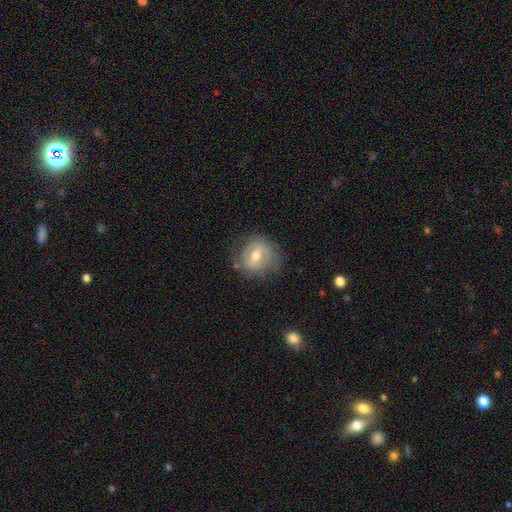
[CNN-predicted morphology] This appears to be a featured or disk galaxy (60%) with a weak bar (49%), spiral arms (65%) and a moderate central bulge (74%). Merging: none (67%).